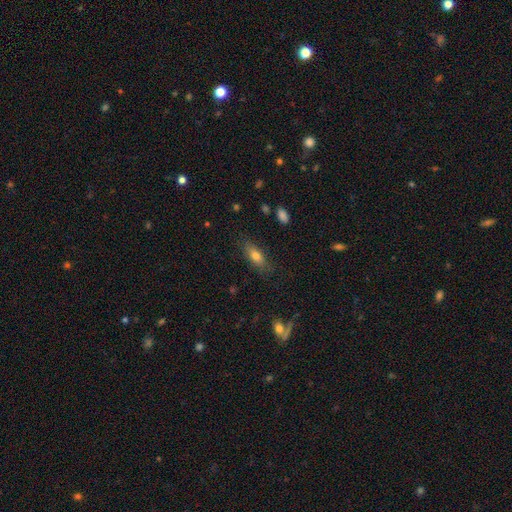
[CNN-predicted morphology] Q: Smooth or featured?
A: smooth (74%); runner-up: featured or disk (18%)
Q: How rounded?
A: in between (70%); runner-up: cigar-shaped (27%)
Q: Merging?
A: none (81%); runner-up: minor disturbance (14%)